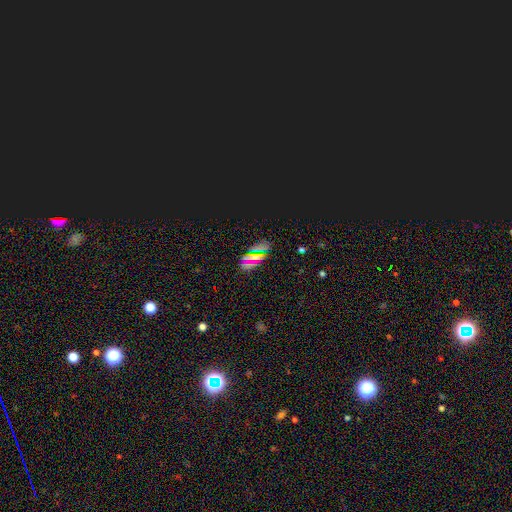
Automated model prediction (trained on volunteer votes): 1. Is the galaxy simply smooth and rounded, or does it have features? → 42% smooth, 40% star or artifact, 19% featured or disk.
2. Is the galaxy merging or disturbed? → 76% none, 12% minor disturbance, 6% major disturbance, 5% merger.